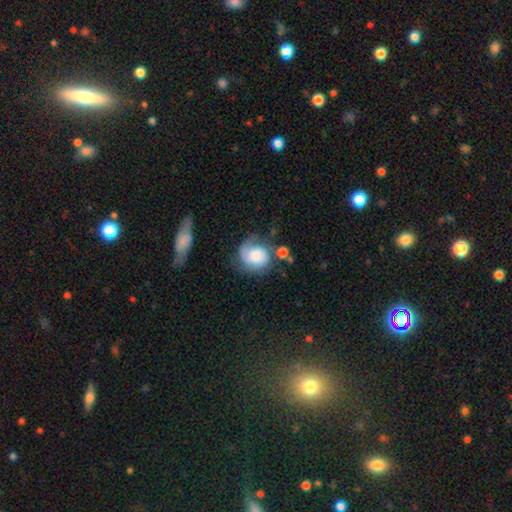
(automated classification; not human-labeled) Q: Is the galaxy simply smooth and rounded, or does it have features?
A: featured or disk — 50%.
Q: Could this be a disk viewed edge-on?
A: no — 97%.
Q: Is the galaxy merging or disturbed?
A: none — 47%.